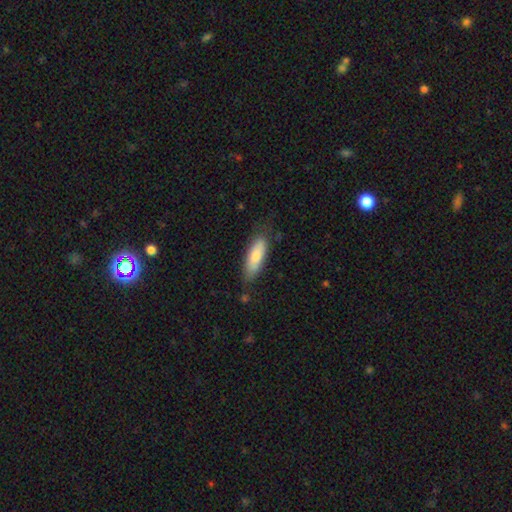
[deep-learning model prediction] smooth-or-featured: smooth: 76% | featured or disk: 18% | star or artifact: 6%
  how-rounded: in between: 53% | cigar-shaped: 45% | round: 2%
  merging: none: 75% | minor disturbance: 19% | major disturbance: 4% | merger: 2%